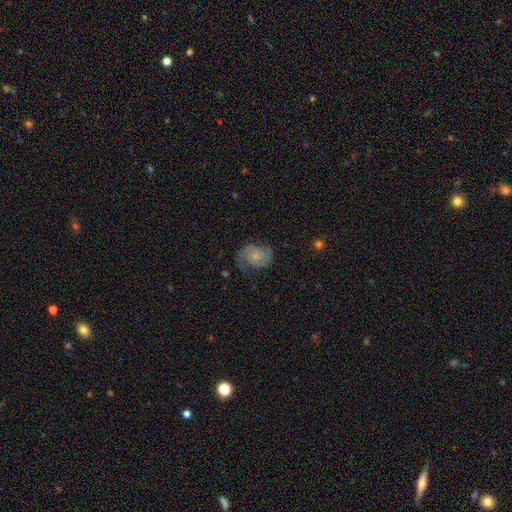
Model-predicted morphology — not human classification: smooth_or_featured: featured or disk (p=0.79) [alt: smooth p=0.14]
disk_edge_on: no (p=0.98) [alt: yes p=0.02]
bar: no (p=0.73) [alt: weak p=0.23]
has_spiral_arms: yes (p=0.96) [alt: no p=0.04]
spiral_winding: medium (p=0.47) [alt: tight p=0.35]
spiral_arm_count: 2 (p=0.86) [alt: can't tell p=0.06]
bulge_size: small (p=0.60) [alt: moderate p=0.27]
merging: none (p=0.69) [alt: minor disturbance p=0.19]